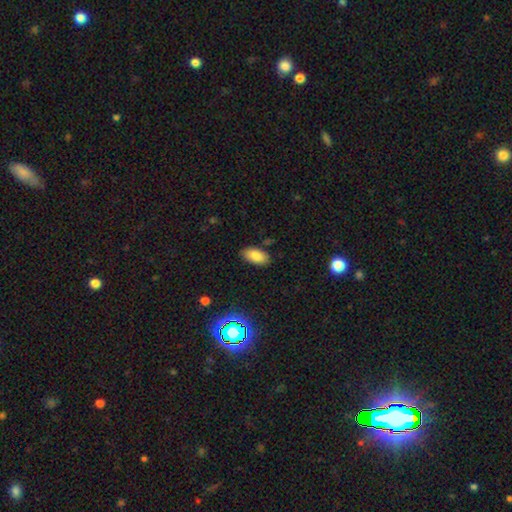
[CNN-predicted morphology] Smooth or featured? smooth (82%)
How rounded? in between (93%)
Merging? none (85%)